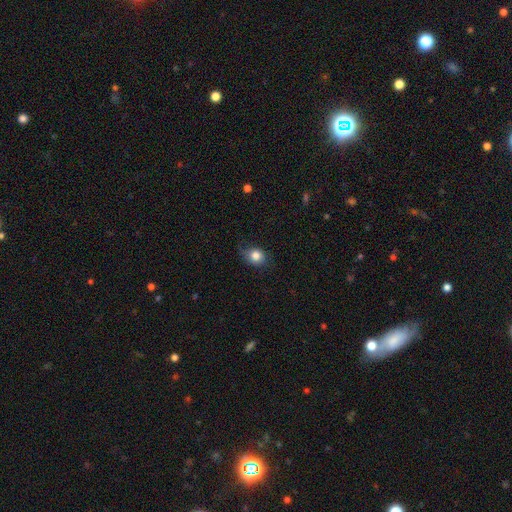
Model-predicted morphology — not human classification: smooth 81%, featured or disk 10%, star or artifact 10%. Down the decision tree: how rounded — round (63%); merging — none (63%).